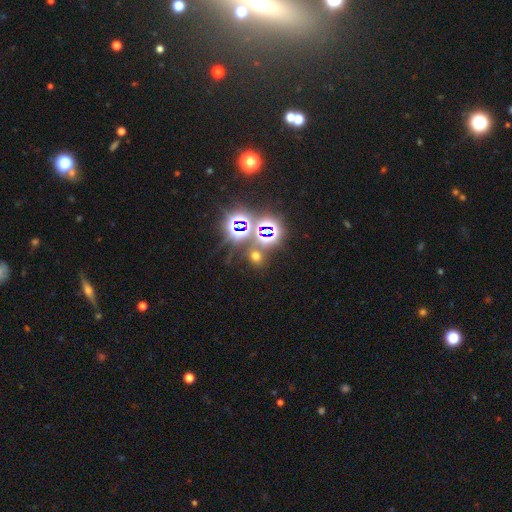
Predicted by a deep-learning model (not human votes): This appears to be a star or artifact, not a galaxy (51%).